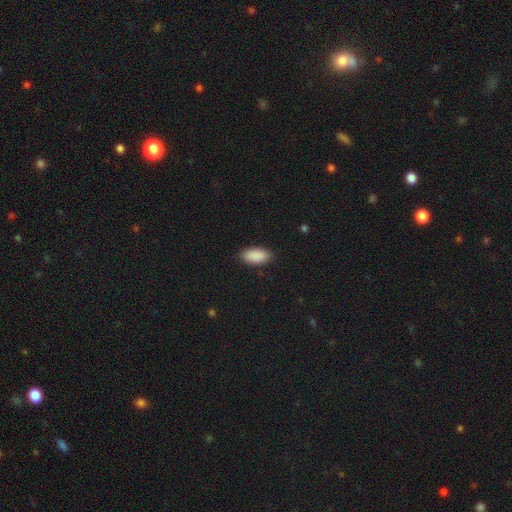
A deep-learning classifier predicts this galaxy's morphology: Smooth or featured? Predicted: smooth (p=0.91). How rounded? Predicted: in between (p=0.93). Merging? Predicted: none (p=0.88).